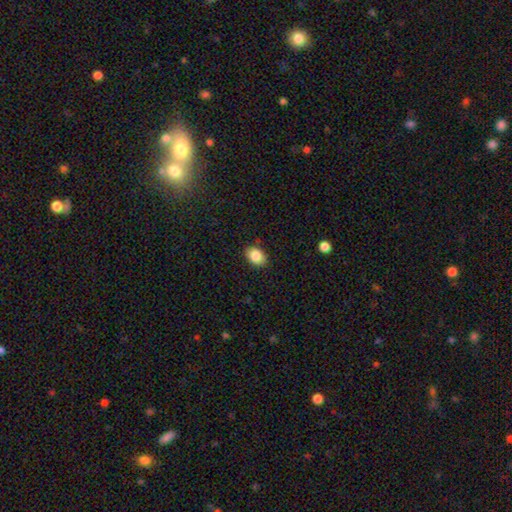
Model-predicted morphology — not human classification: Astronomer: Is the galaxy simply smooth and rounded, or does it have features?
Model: smooth — 86%.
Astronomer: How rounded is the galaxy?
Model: in between — 76%.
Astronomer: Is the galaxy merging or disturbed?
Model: none — 87%.